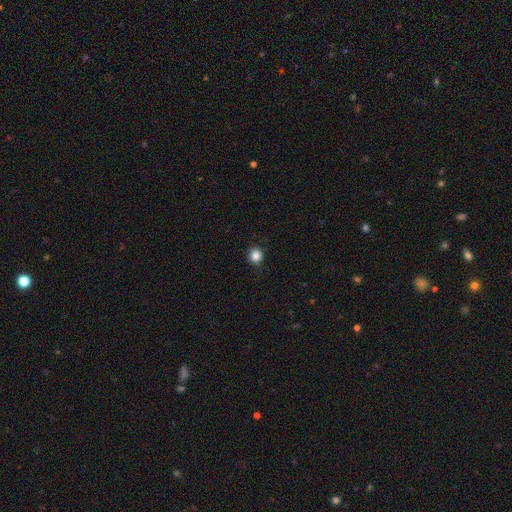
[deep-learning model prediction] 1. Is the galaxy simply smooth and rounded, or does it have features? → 85% smooth, 11% star or artifact, 4% featured or disk.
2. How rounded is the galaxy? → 85% round, 14% in between, 1% cigar-shaped.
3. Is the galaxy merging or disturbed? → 87% none, 10% minor disturbance, 2% major disturbance, 1% merger.